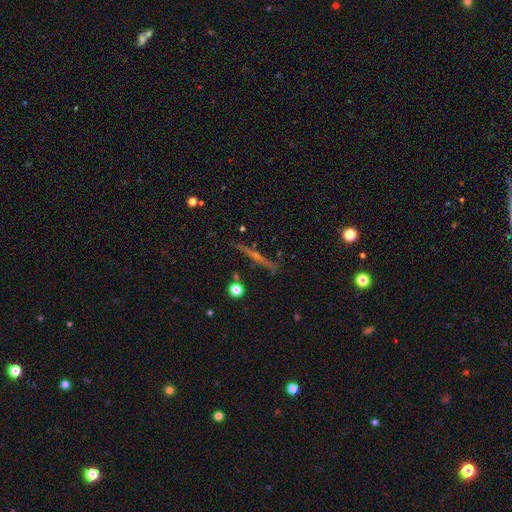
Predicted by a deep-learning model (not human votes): This is likely a featured or disk galaxy (72%). It is clearly viewed edge-on (97%). Edge-on bulge: likely rounded (63%). Merging: clearly none (88%).